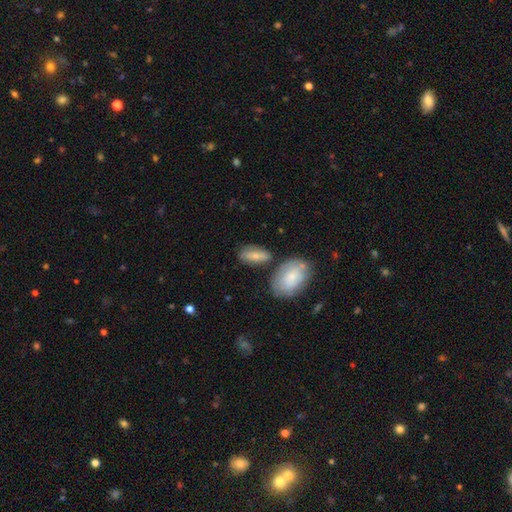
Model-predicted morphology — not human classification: Smooth or featured: smooth — 67% (featured or disk — 26%)
How rounded: in between — 80% (cigar-shaped — 15%)
Merging: none — 66% (minor disturbance — 17%)